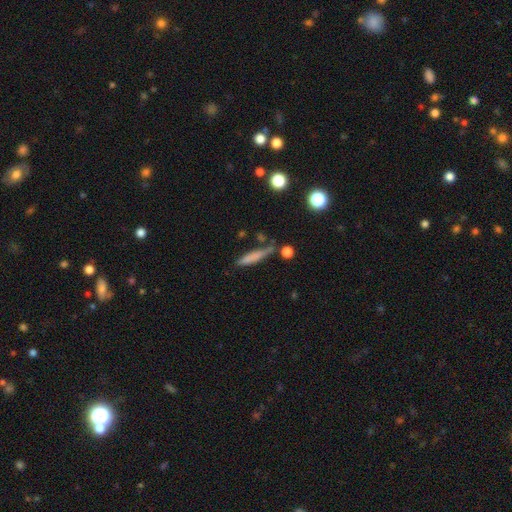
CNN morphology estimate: type=smooth (64%); roundness=cigar-shaped (87%); merging=none (68%).